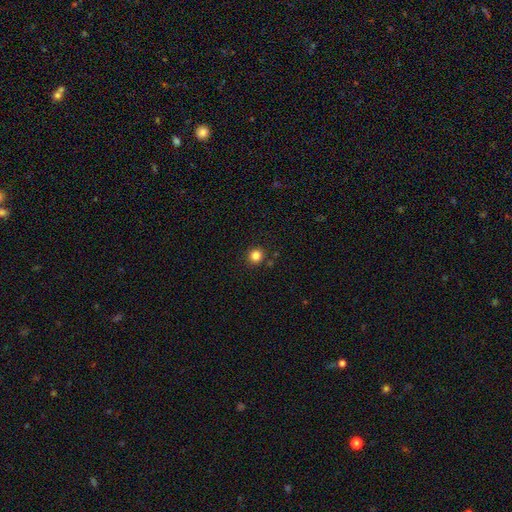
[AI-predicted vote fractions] Smooth or featured?
  - smooth: 83% *
  - star or artifact: 13%
  - featured or disk: 4%
How rounded?
  - round: 91% *
  - in between: 8%
  - cigar-shaped: 1%
Merging?
  - none: 89% *
  - minor disturbance: 6%
  - merger: 3%
  - major disturbance: 2%